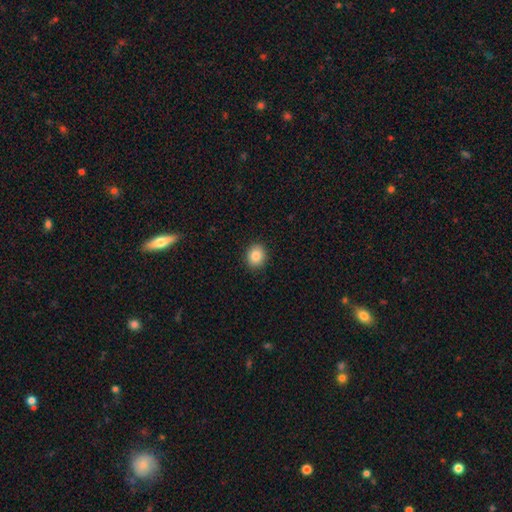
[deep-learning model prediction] smooth-or-featured: smooth: 85% | star or artifact: 9% | featured or disk: 6%
  how-rounded: round: 73% | in between: 27% | cigar-shaped: 1%
  merging: none: 91% | minor disturbance: 7% | major disturbance: 2% | merger: 1%